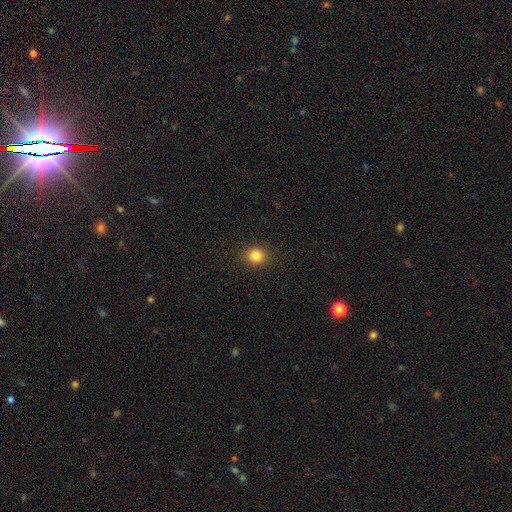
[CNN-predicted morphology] Smooth or featured? smooth (83%)
How rounded? round (78%)
Merging? none (91%)